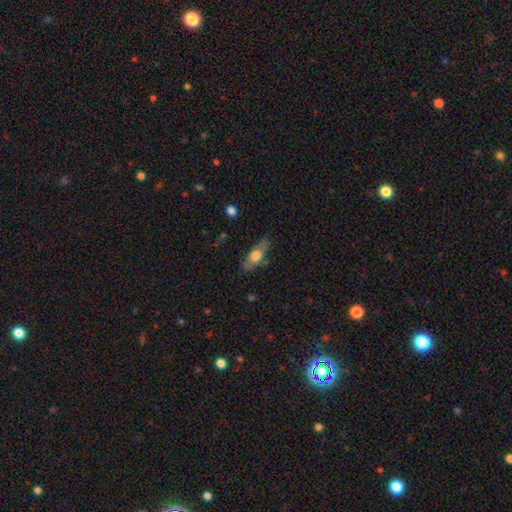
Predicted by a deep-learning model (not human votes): Smooth or featured: smooth — 55% (featured or disk — 39%)
How rounded: in between — 64% (cigar-shaped — 33%)
Merging: none — 78% (minor disturbance — 16%)